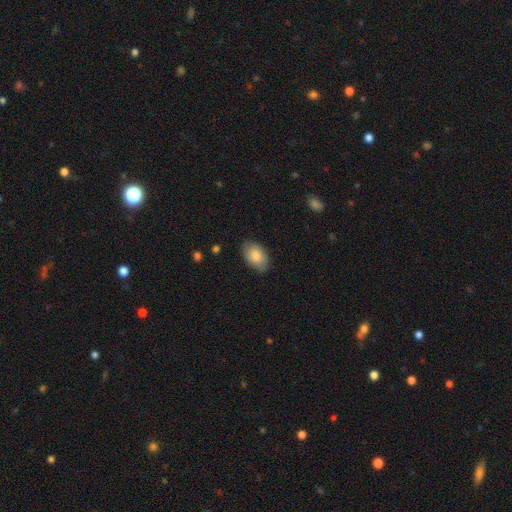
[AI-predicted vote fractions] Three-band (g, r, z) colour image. It shows a smooth galaxy with no disk features (83%) that is in between round and cigar-shaped (89%). Merging: none (82%).